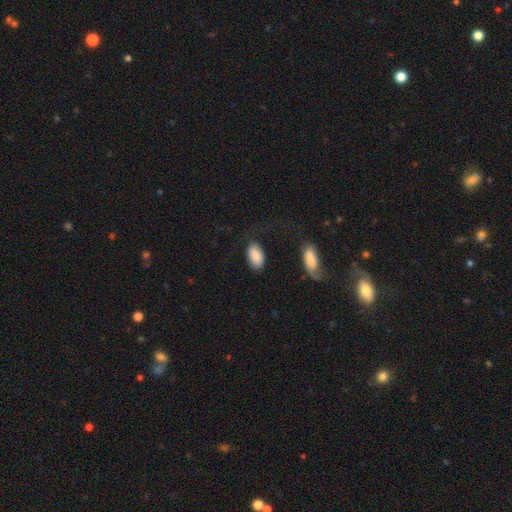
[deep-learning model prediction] smooth-or-featured: smooth: 86% | featured or disk: 7% | star or artifact: 6%
  how-rounded: in between: 94% | round: 4% | cigar-shaped: 2%
  merging: none: 72% | minor disturbance: 17% | major disturbance: 7% | merger: 4%